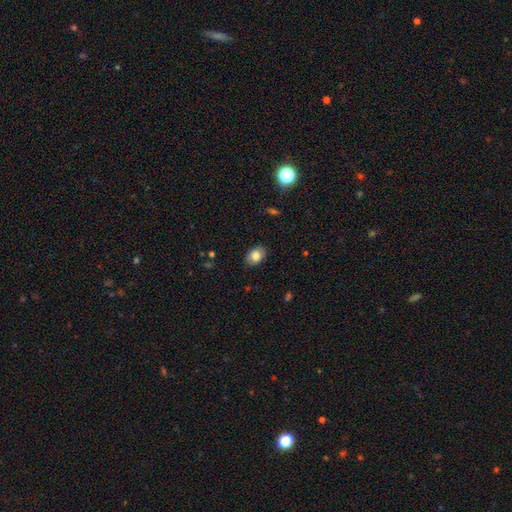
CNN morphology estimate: Smooth or featured: smooth — 82% (featured or disk — 10%)
How rounded: in between — 79% (round — 20%)
Merging: none — 86% (minor disturbance — 10%)